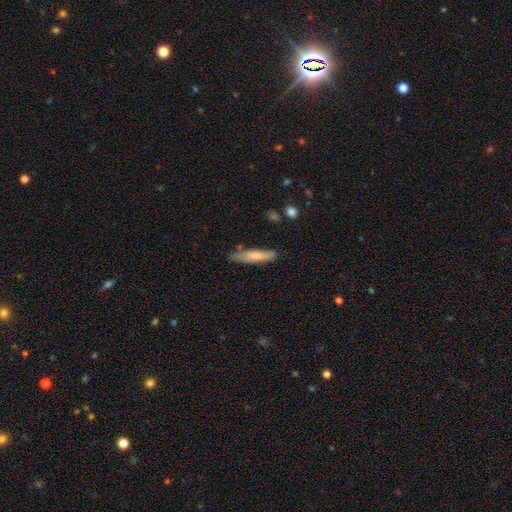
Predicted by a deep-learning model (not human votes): Smooth or featured?
  - smooth: 73% *
  - featured or disk: 21%
  - star or artifact: 6%
How rounded?
  - cigar-shaped: 86% *
  - in between: 13%
  - round: 1%
Merging?
  - none: 72% *
  - minor disturbance: 21%
  - major disturbance: 4%
  - merger: 3%